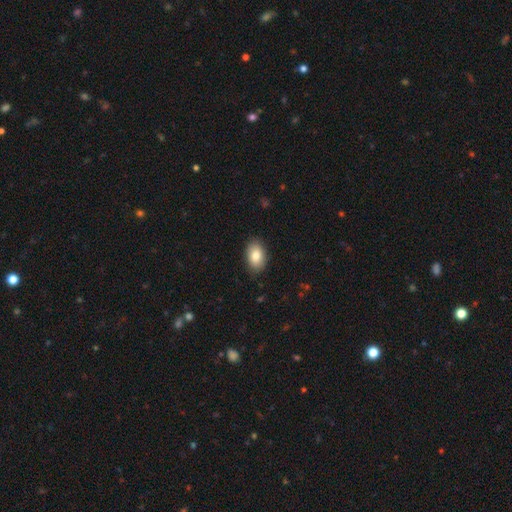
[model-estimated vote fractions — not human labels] Overall: smooth (84%). How rounded: in between (89%). Merging: none (87%).